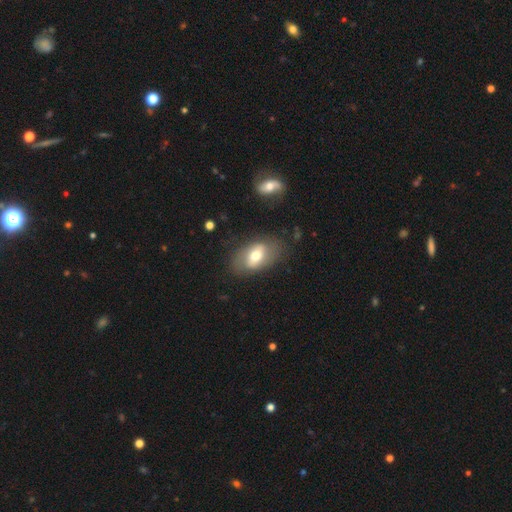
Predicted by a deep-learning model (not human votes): smooth-or-featured: smooth: 56% | featured or disk: 37% | star or artifact: 7%
  how-rounded: in between: 89% | round: 8% | cigar-shaped: 2%
  merging: none: 72% | minor disturbance: 18% | major disturbance: 8% | merger: 3%